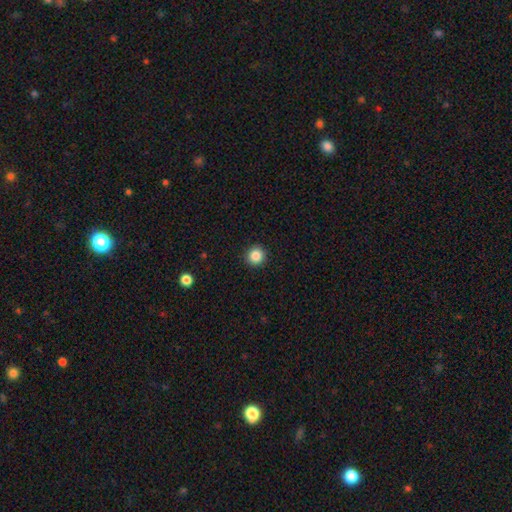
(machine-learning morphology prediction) type=smooth (86%); roundness=round (95%); merging=none (93%).